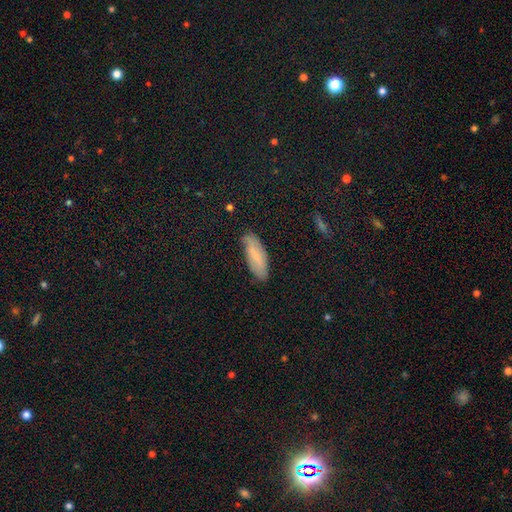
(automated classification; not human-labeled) This is likely a smooth galaxy (65%). How rounded: likely in between (63%). Merging: clearly none (83%).